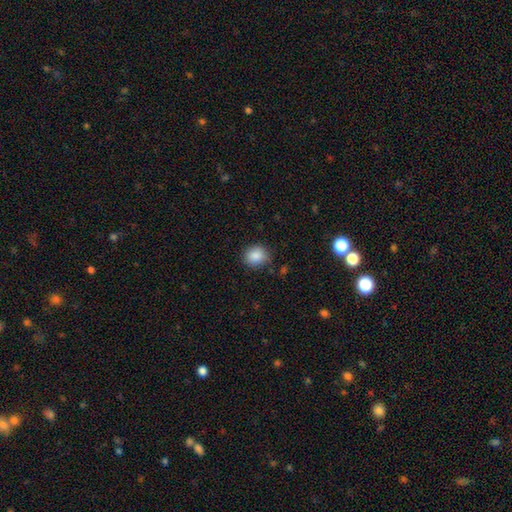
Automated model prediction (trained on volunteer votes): A smooth galaxy with no disk features (87%) that is round (81%).

Vote fractions:
- Smooth or featured? smooth: 87% / star or artifact: 9% / featured or disk: 4%
- How rounded? round: 81% / in between: 18% / cigar-shaped: 1%
- Merging? none: 83% / minor disturbance: 12% / major disturbance: 3% / merger: 2%